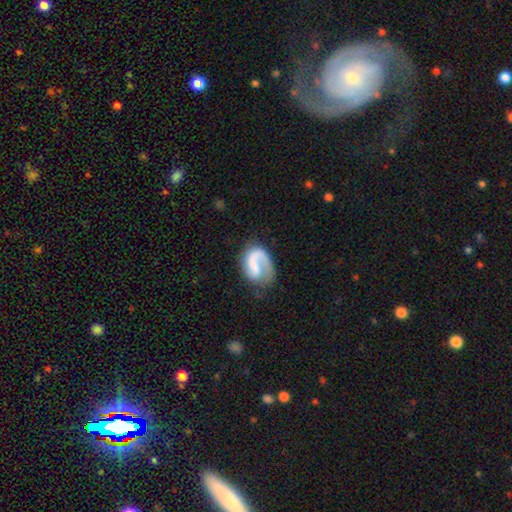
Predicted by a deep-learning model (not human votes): The model was most divided on "bar": no: 45%, weak: 40%, strong: 15%. Remaining: edge-on disk — no (98%); spiral arms — yes (91%); smooth or featured — featured or disk (71%); spiral arm count — 1 (69%); bulge size — none (52%); merging — none (49%); spiral winding — loose (42%).